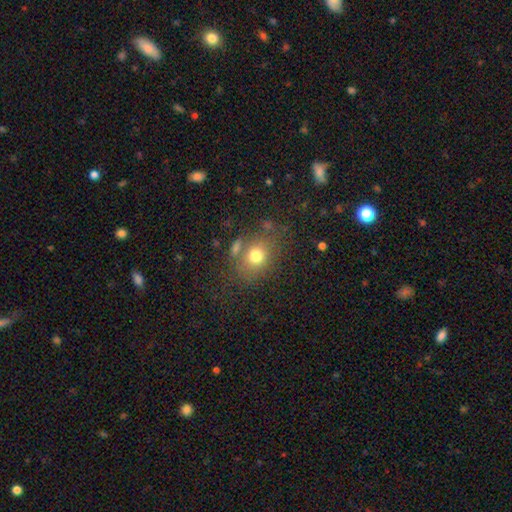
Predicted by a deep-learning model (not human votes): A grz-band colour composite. It shows a smooth galaxy with no disk features (74%) that is round (59%). Merging: none (69%).